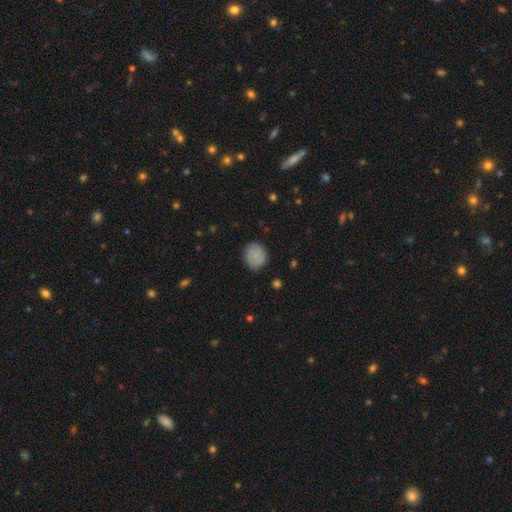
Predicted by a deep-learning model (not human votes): Overall: smooth (80%). How rounded: round (75%). Merging: none (80%).